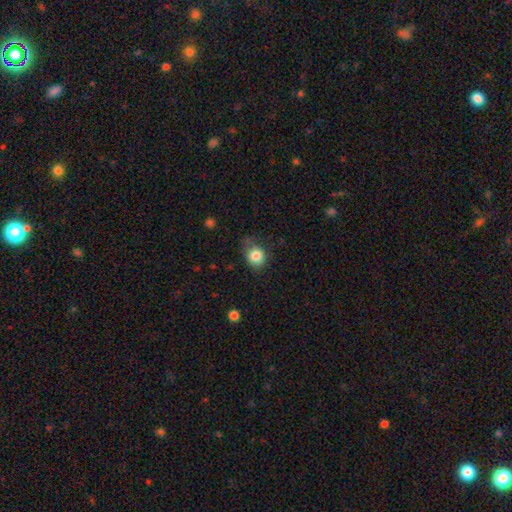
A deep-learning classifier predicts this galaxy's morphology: A smooth galaxy with no disk features (82%) that is round (67%). Merging: none (58%).